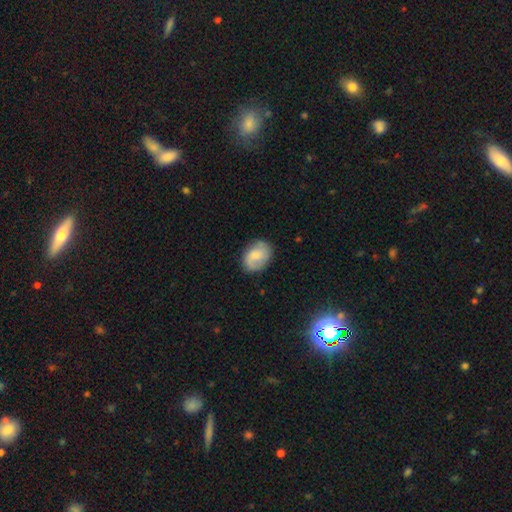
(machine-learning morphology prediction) Smooth or featured? smooth (55%)
How rounded? in between (69%)
Merging? none (76%)